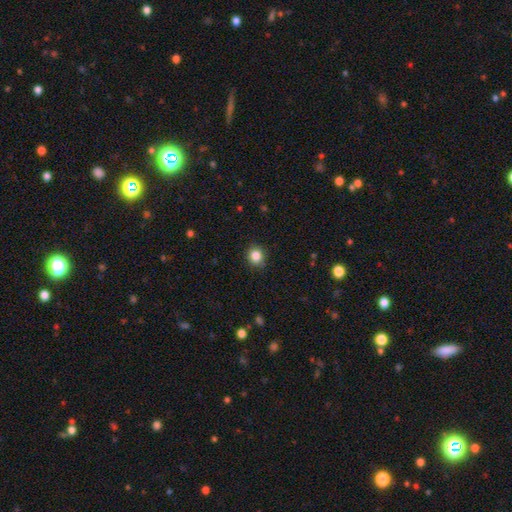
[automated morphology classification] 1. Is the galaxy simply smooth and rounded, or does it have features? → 85% smooth, 11% star or artifact, 5% featured or disk.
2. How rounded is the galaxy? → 84% round, 15% in between, 1% cigar-shaped.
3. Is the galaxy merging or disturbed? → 89% none, 8% minor disturbance, 2% major disturbance, 1% merger.